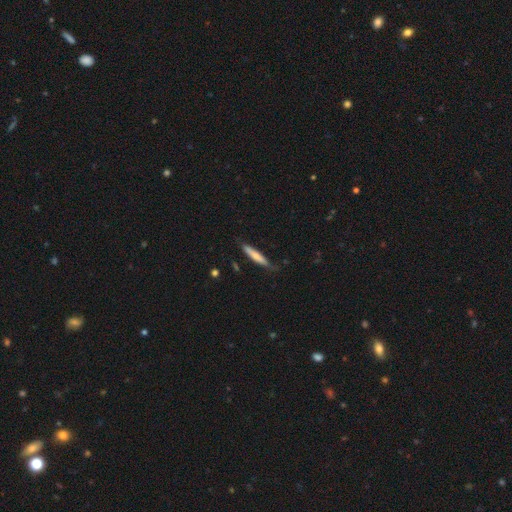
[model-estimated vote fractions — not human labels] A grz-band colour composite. It shows a smooth galaxy with no disk features (66%) that is cigar-shaped (91%). Merging: none (75%).